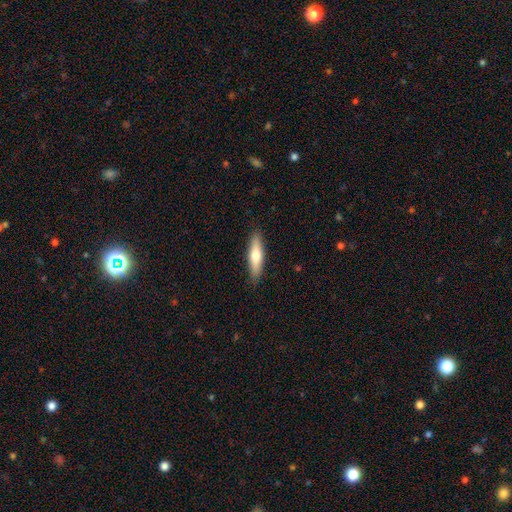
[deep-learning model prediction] Smooth or featured? Predicted: smooth (p=0.63). How rounded? Predicted: cigar-shaped (p=0.68). Merging? Predicted: none (p=0.89).